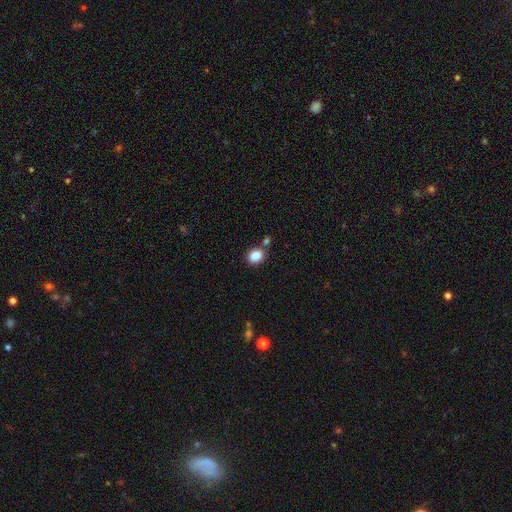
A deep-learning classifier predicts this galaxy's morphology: type=smooth (86%); roundness=in between (52%); merging=none (72%).